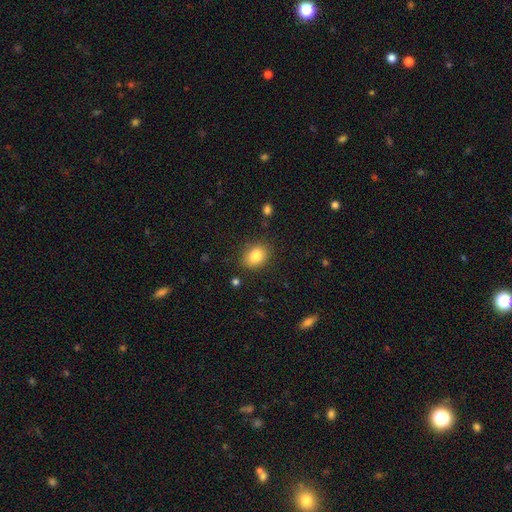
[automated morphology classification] Q: Smooth or featured?
A: smooth (84%); runner-up: star or artifact (9%)
Q: How rounded?
A: in between (62%); runner-up: round (37%)
Q: Merging?
A: none (82%); runner-up: minor disturbance (13%)